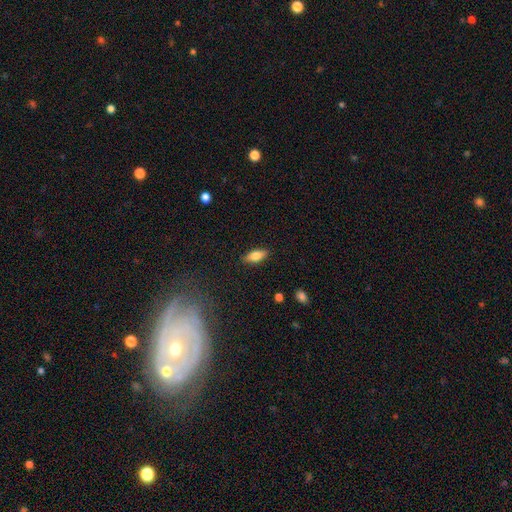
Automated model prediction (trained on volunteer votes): Smooth or featured? smooth (76%)
How rounded? in between (80%)
Merging? none (87%)